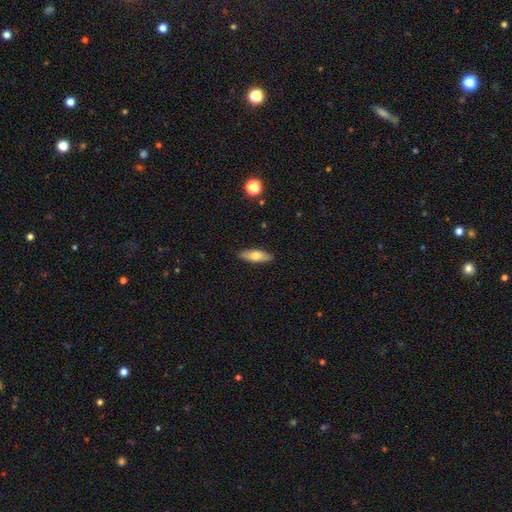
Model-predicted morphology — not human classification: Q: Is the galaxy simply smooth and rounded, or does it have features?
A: smooth — 66%.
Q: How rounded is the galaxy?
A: in between — 61%.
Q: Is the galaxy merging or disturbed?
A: none — 89%.